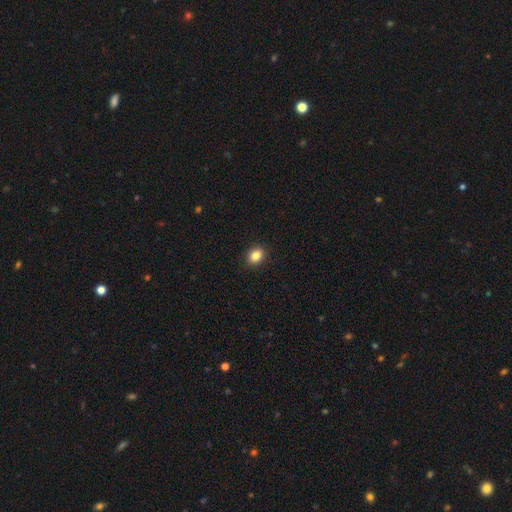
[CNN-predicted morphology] This is clearly a smooth galaxy (85%). How rounded: possibly round (50%). Merging: clearly none (91%).